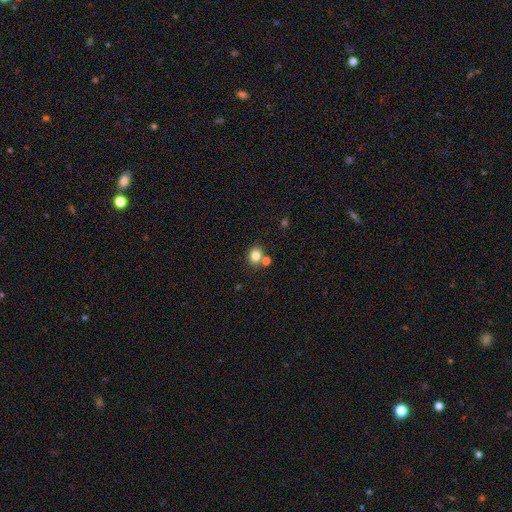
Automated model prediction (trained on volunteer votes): Smooth or featured? Predicted: smooth (p=0.81). How rounded? Predicted: round (p=0.69). Merging? Predicted: none (p=0.65).